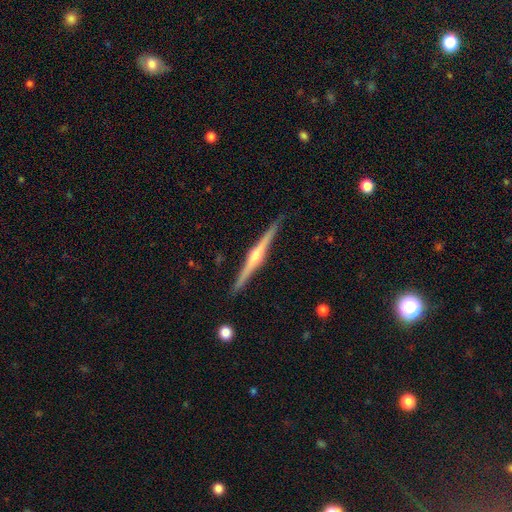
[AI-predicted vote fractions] This appears to be a featured or disk galaxy (85%) viewed edge-on (99%) with a rounded central bulge (90%). Merging: none (92%).